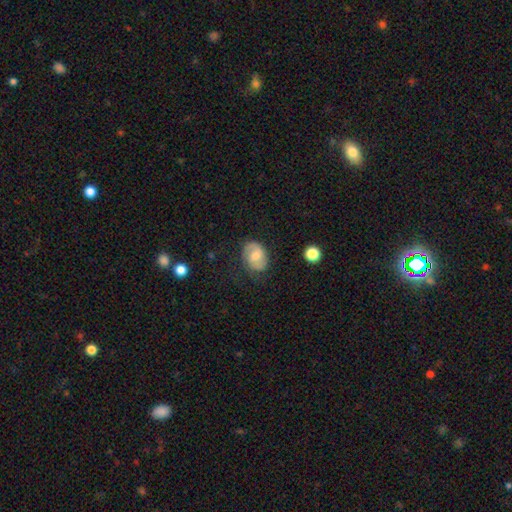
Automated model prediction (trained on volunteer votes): Q: Smooth or featured?
A: featured or disk (56%); runner-up: smooth (36%)
Q: Edge-on disk?
A: no (97%); runner-up: yes (3%)
Q: Bar?
A: no (47%); runner-up: weak (43%)
Q: Spiral arms?
A: yes (85%); runner-up: no (15%)
Q: Bulge size?
A: moderate (62%); runner-up: small (28%)
Q: Merging?
A: none (74%); runner-up: minor disturbance (19%)